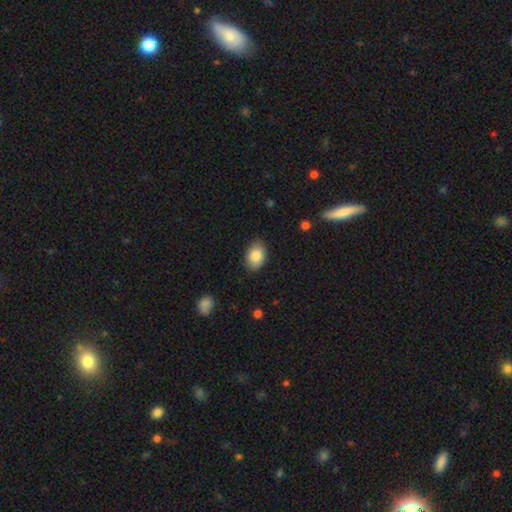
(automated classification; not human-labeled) smooth-or-featured: smooth: 86% | featured or disk: 7% | star or artifact: 7%
  how-rounded: in between: 86% | round: 13% | cigar-shaped: 1%
  merging: none: 82% | minor disturbance: 14% | major disturbance: 3% | merger: 1%